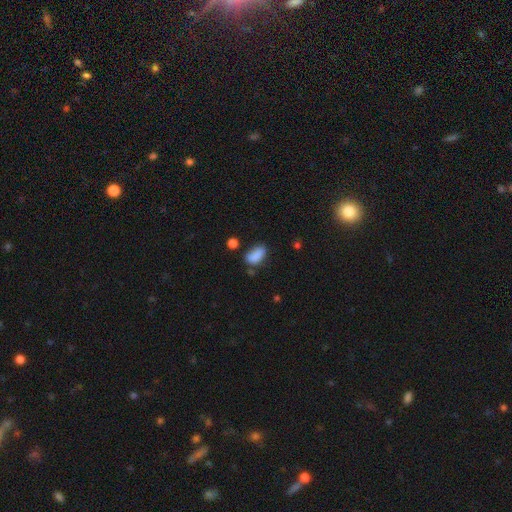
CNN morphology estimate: A smooth galaxy with no disk features (83%) that is in between round and cigar-shaped (89%).

Vote fractions:
- Smooth or featured? smooth: 83% / star or artifact: 10% / featured or disk: 7%
- How rounded? in between: 89% / round: 6% / cigar-shaped: 5%
- Merging? none: 53% / minor disturbance: 30% / major disturbance: 10% / merger: 7%